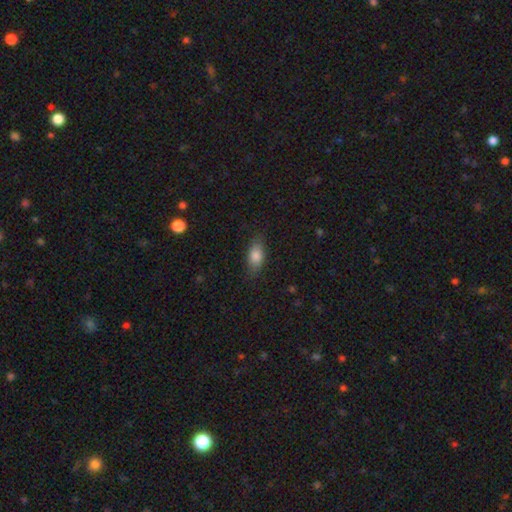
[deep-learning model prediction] smooth 80%, featured or disk 12%, star or artifact 8%. Down the decision tree: how rounded — in between (83%); merging — none (82%).